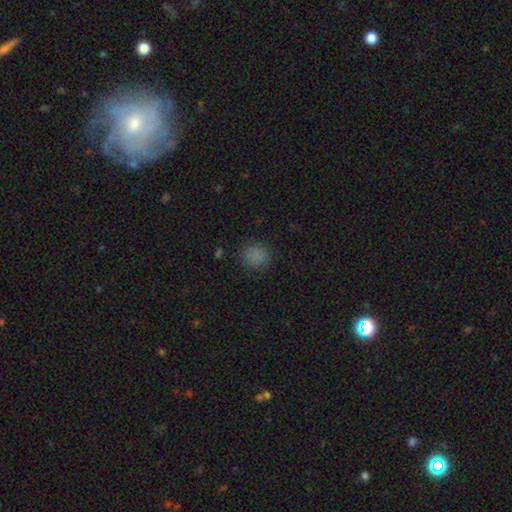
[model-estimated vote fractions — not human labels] Smooth or featured: smooth — 81% (star or artifact — 14%)
How rounded: round — 84% (in between — 15%)
Merging: none — 86% (minor disturbance — 10%)